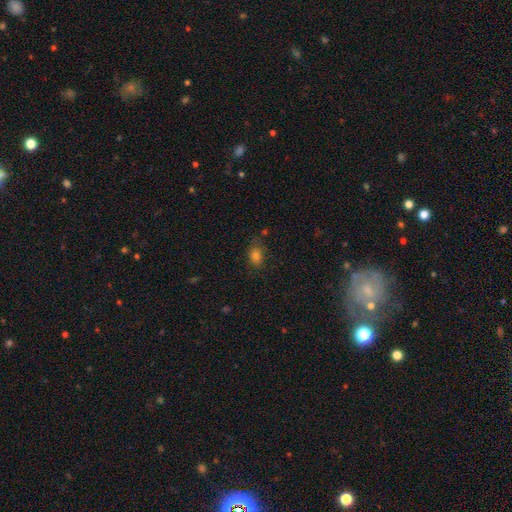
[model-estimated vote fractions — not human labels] A smooth galaxy with no disk features (77%) that is in between round and cigar-shaped (69%).

Vote fractions:
- Smooth or featured? smooth: 77% / star or artifact: 14% / featured or disk: 9%
- How rounded? in between: 69% / round: 30% / cigar-shaped: 2%
- Merging? none: 73% / minor disturbance: 19% / major disturbance: 5% / merger: 3%